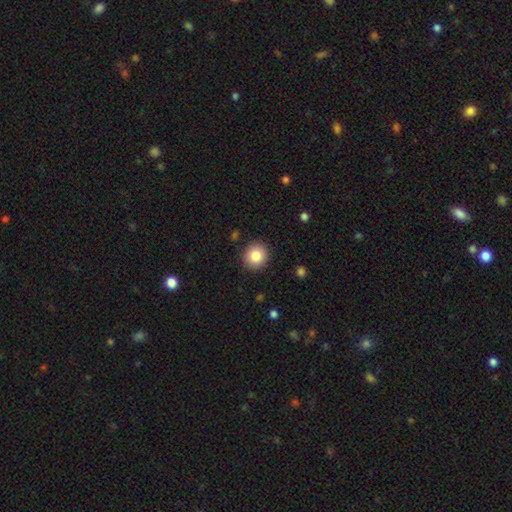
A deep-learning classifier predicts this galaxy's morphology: Smooth or featured: smooth — 84% (star or artifact — 9%)
How rounded: round — 86% (in between — 13%)
Merging: none — 90% (minor disturbance — 7%)